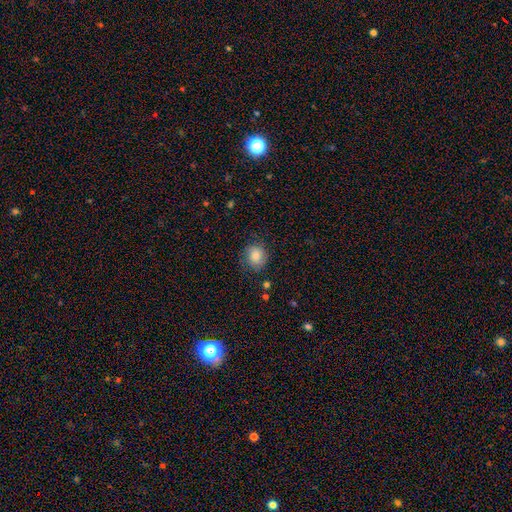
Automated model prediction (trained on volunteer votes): A smooth galaxy with no disk features (81%) that is round (73%).

Vote fractions:
- Smooth or featured? smooth: 81% / featured or disk: 11% / star or artifact: 8%
- How rounded? round: 73% / in between: 26% / cigar-shaped: 1%
- Merging? none: 76% / minor disturbance: 18% / major disturbance: 5% / merger: 1%